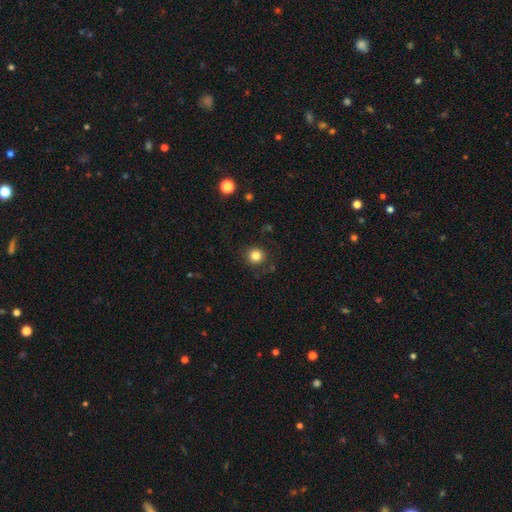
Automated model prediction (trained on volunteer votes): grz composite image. It shows a smooth galaxy with no disk features (83%) that is round (92%). Merging: none (87%).